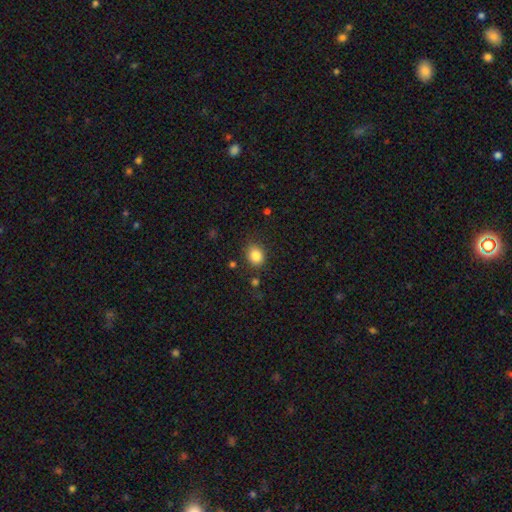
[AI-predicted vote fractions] smooth_or_featured: smooth (p=0.85) [alt: star or artifact p=0.10]
how_rounded: round (p=0.53) [alt: in between p=0.46]
merging: none (p=0.82) [alt: minor disturbance p=0.12]